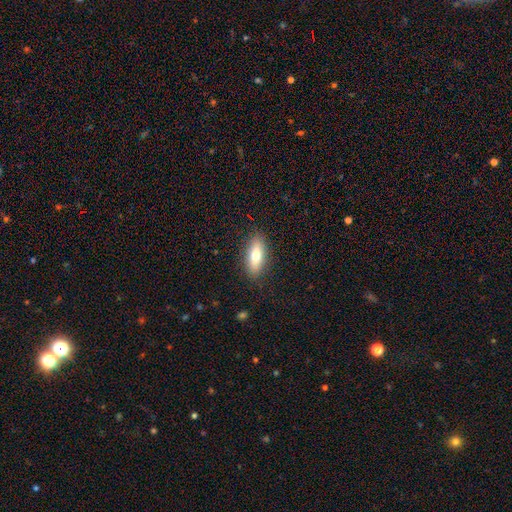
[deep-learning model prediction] Q: Smooth or featured?
A: smooth (71%); runner-up: featured or disk (21%)
Q: How rounded?
A: in between (74%); runner-up: cigar-shaped (23%)
Q: Merging?
A: none (87%); runner-up: minor disturbance (10%)